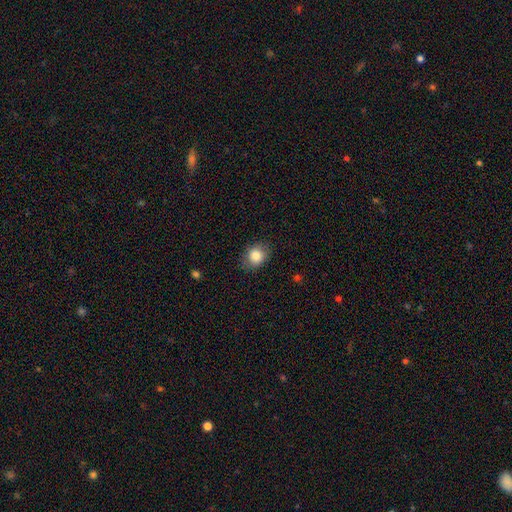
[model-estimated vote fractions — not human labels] A smooth galaxy with no disk features (84%) that is round (55%). Merging: none (83%).